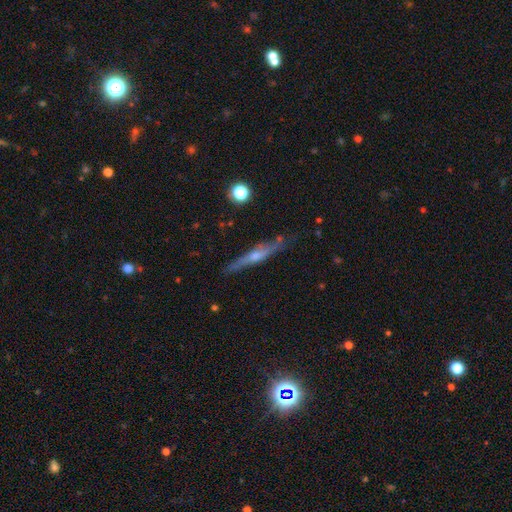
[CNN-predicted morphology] A featured or disk galaxy (70%) viewed edge-on (94%) with a rounded central bulge (77%). Merging: none (81%).